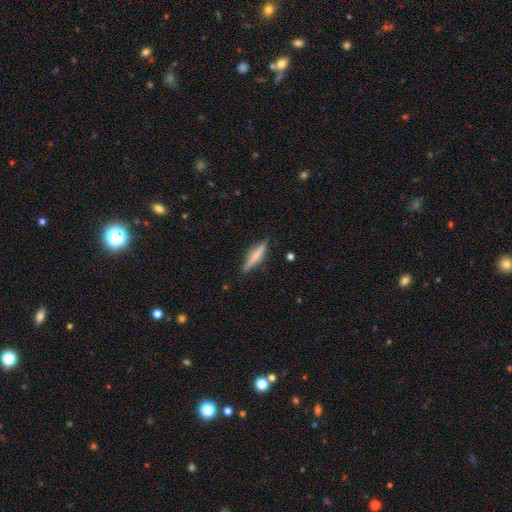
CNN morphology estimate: Overall: smooth (54%; featured or disk 40%). How rounded: cigar-shaped (86%). Merging: none (85%).